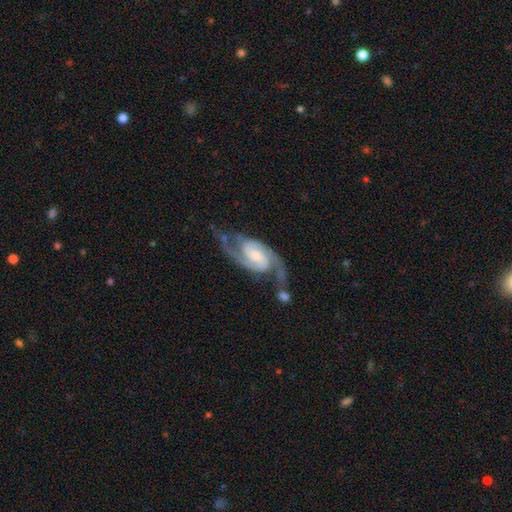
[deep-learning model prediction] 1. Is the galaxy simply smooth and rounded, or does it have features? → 92% featured or disk, 4% star or artifact, 4% smooth.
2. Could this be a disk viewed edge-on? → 97% no, 3% yes.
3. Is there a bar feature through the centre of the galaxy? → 43% weak, 38% no, 18% strong.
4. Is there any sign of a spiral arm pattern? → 98% yes, 2% no.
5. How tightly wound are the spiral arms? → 55% medium, 25% tight, 20% loose.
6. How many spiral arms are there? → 93% 2, 2% can't tell, 2% 3, 1% 1, 1% 4, 1% more than 4.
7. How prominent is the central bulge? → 39% moderate, 37% small, 11% none, 11% large, 2% dominant.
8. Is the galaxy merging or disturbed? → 61% none, 19% minor disturbance, 12% major disturbance, 8% merger.